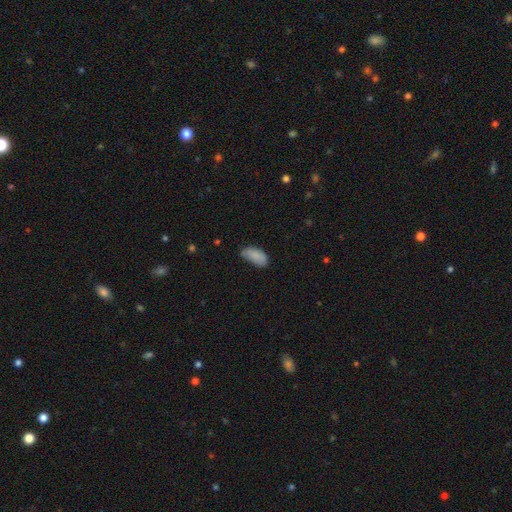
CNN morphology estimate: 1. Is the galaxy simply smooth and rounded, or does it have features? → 84% smooth, 8% featured or disk, 8% star or artifact.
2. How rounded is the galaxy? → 93% in between, 5% cigar-shaped, 3% round.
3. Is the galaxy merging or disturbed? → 55% none, 35% minor disturbance, 8% major disturbance, 2% merger.